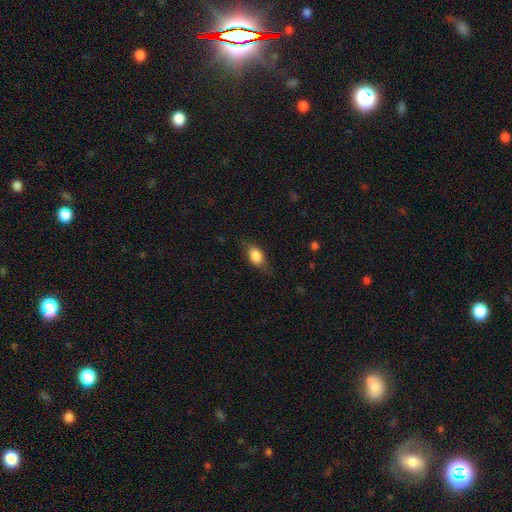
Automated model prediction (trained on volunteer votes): Overall: smooth (79%). How rounded: in between (80%). Merging: none (71%).